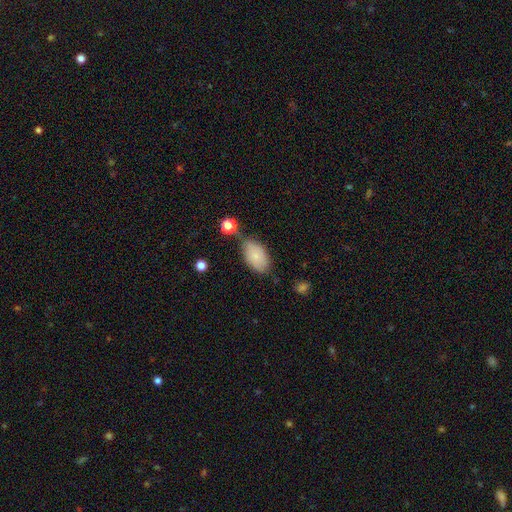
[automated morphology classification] Smooth or featured? Predicted: smooth (p=0.76). How rounded? Predicted: in between (p=0.93). Merging? Predicted: none (p=0.50).